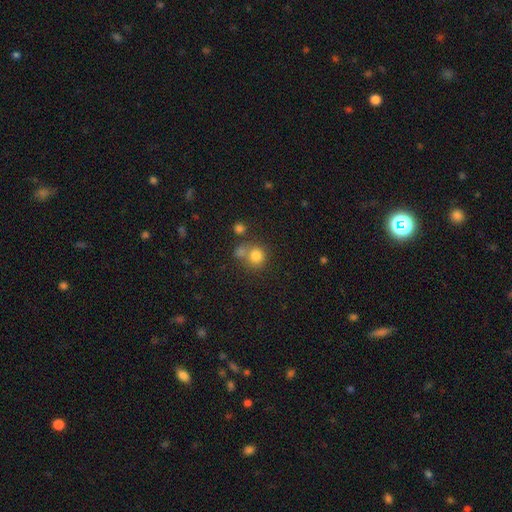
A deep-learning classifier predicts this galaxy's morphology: This is clearly a smooth galaxy (80%). How rounded: clearly round (87%). Merging: possibly none (58%).